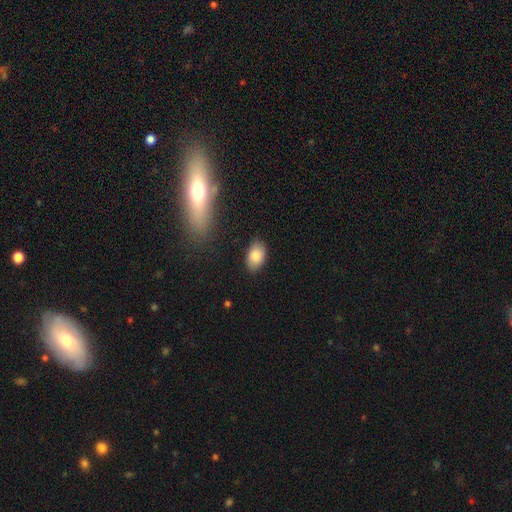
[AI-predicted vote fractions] Q: Smooth or featured?
A: smooth (85%); runner-up: star or artifact (8%)
Q: How rounded?
A: in between (88%); runner-up: round (11%)
Q: Merging?
A: none (84%); runner-up: minor disturbance (12%)